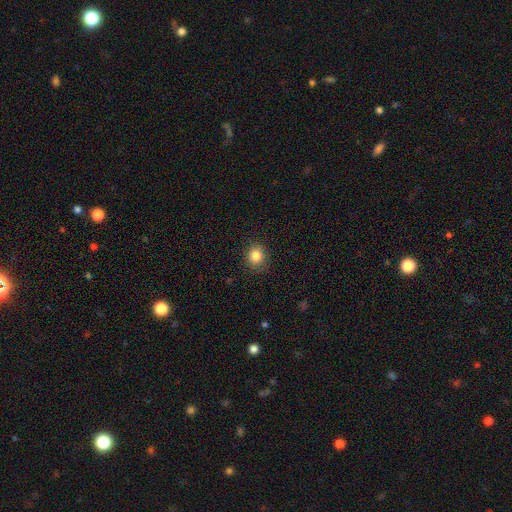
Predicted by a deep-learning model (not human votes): Overall: smooth (84%). How rounded: round (83%). Merging: none (88%).